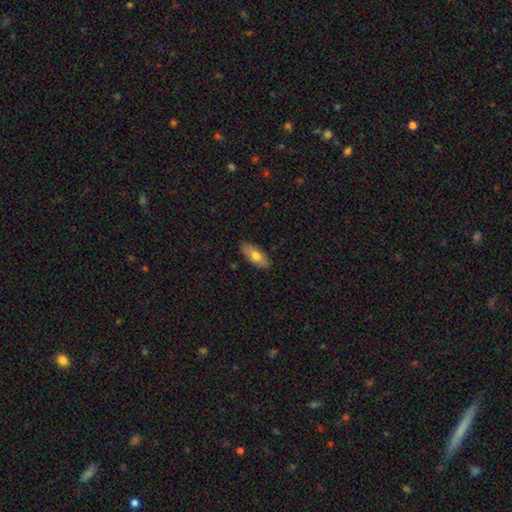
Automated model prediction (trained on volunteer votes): smooth-or-featured: smooth: 71% | featured or disk: 23% | star or artifact: 6%
  how-rounded: in between: 80% | cigar-shaped: 18% | round: 3%
  merging: none: 87% | minor disturbance: 10% | major disturbance: 2% | merger: 1%